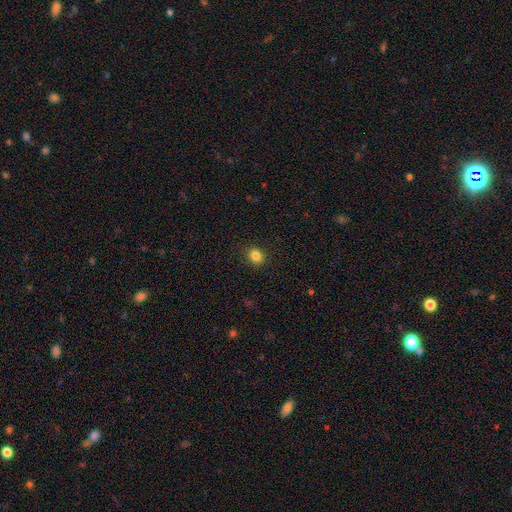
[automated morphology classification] Smooth or featured? smooth (84%)
How rounded? round (73%)
Merging? none (89%)